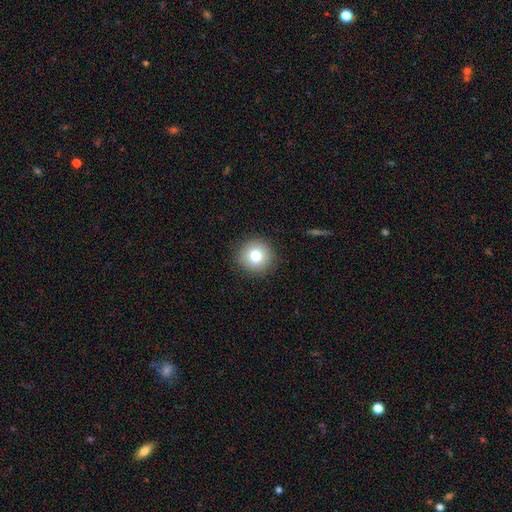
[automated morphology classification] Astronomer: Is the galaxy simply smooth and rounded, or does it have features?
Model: smooth — 80%.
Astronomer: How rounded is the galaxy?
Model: round — 92%.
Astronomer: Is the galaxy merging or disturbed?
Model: none — 90%.